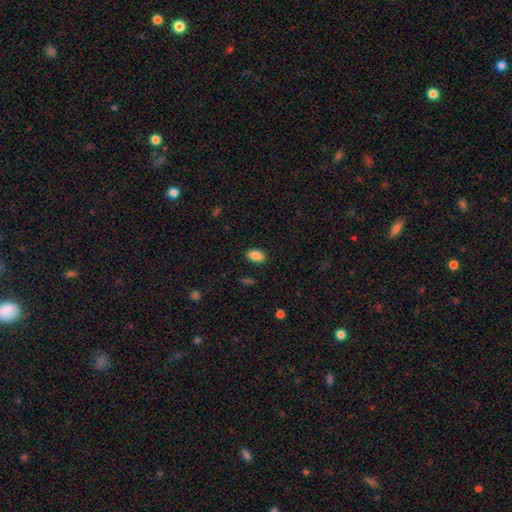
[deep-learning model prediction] smooth 88%, star or artifact 8%, featured or disk 4%. Down the decision tree: how rounded — in between (91%); merging — none (88%).